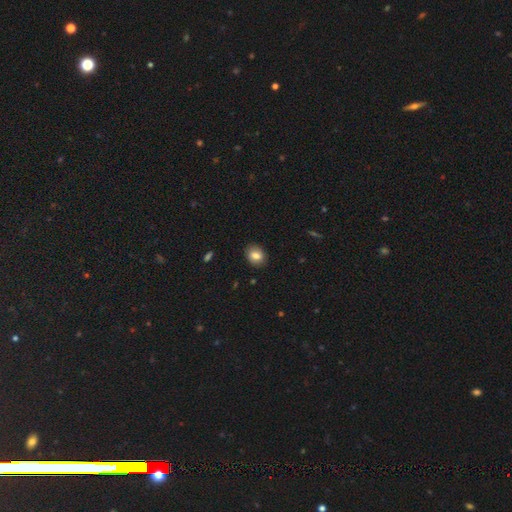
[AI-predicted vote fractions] Smooth or featured: smooth — 82% (star or artifact — 9%)
How rounded: round — 52% (in between — 47%)
Merging: none — 89% (minor disturbance — 8%)